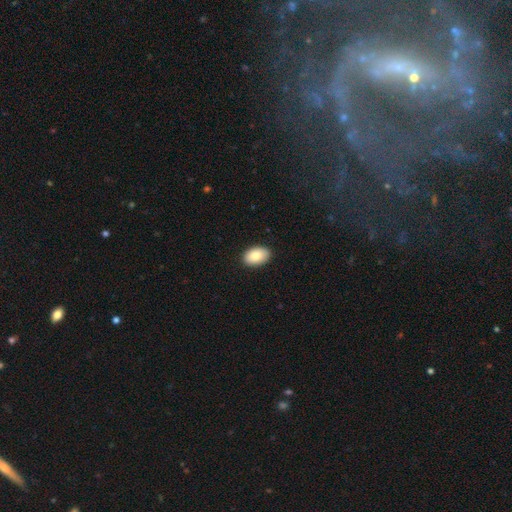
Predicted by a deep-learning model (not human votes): Morphology: type=smooth (85%); roundness=in between (91%); merging=none (90%).